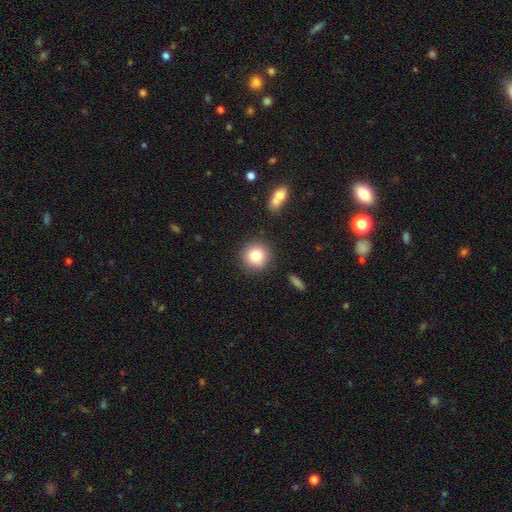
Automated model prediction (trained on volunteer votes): Smooth or featured?
  - smooth: 82% *
  - star or artifact: 10%
  - featured or disk: 9%
How rounded?
  - round: 92% *
  - in between: 7%
  - cigar-shaped: 1%
Merging?
  - none: 87% *
  - minor disturbance: 8%
  - merger: 3%
  - major disturbance: 2%